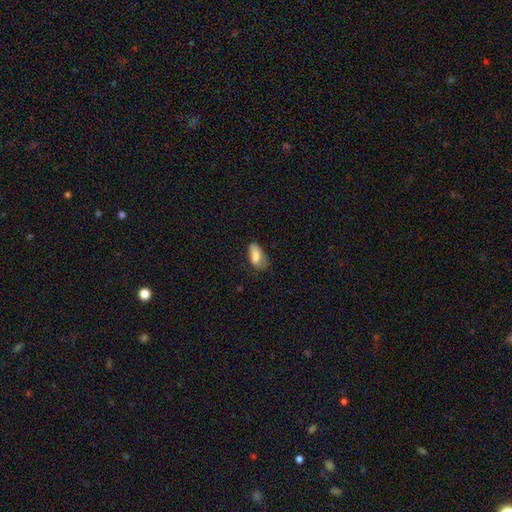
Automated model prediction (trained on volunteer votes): Morphology: type=smooth (82%); roundness=in between (90%); merging=none (48%).